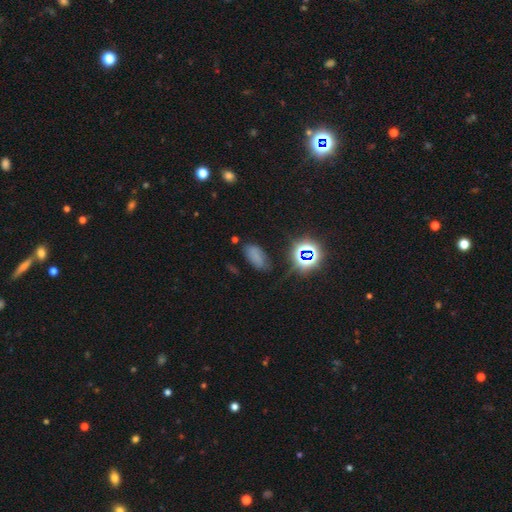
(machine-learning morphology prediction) Smooth or featured?
  - smooth: 61% *
  - star or artifact: 28%
  - featured or disk: 11%
How rounded?
  - in between: 89% *
  - cigar-shaped: 6%
  - round: 5%
Merging?
  - none: 68% *
  - minor disturbance: 20%
  - major disturbance: 8%
  - merger: 3%